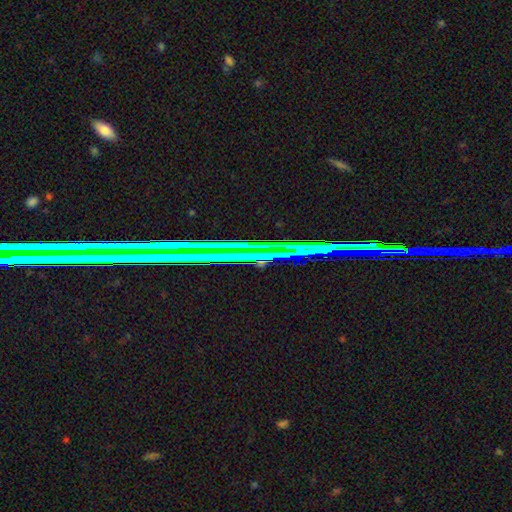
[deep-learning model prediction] A star or artifact, not a galaxy (71%).